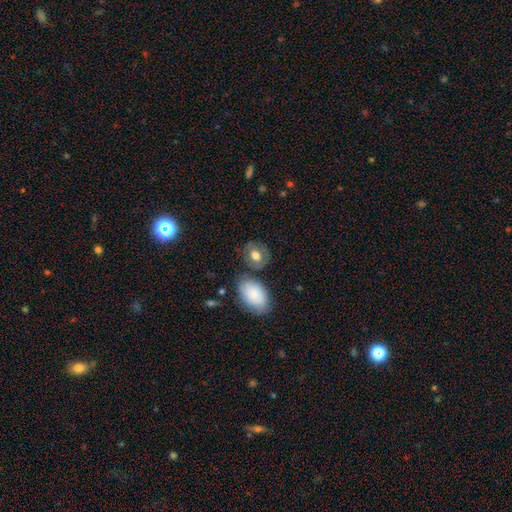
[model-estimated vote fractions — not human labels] smooth_or_featured: smooth (p=0.69) [alt: featured or disk p=0.23]
how_rounded: in between (p=0.53) [alt: round p=0.45]
merging: none (p=0.70) [alt: minor disturbance p=0.15]